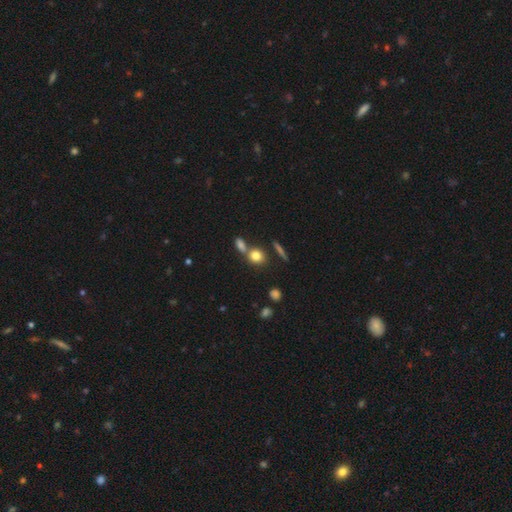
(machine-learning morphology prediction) Smooth or featured: smooth — 78% (star or artifact — 12%)
How rounded: round — 69% (in between — 28%)
Merging: none — 56% (merger — 31%)